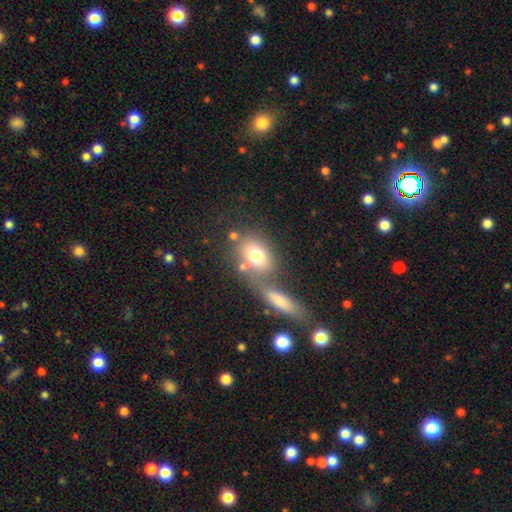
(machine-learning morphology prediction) smooth_or_featured: smooth (p=0.73) [alt: featured or disk p=0.18]
how_rounded: in between (p=0.69) [alt: round p=0.27]
merging: none (p=0.44) [alt: merger p=0.37]